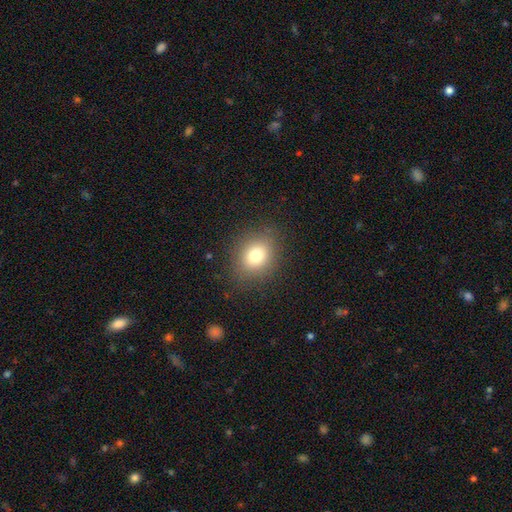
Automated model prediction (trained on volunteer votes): The model was most divided on "how rounded": round: 59%, in between: 40%, cigar-shaped: 1%. More confident: merging — none (85%); smooth or featured — smooth (77%).